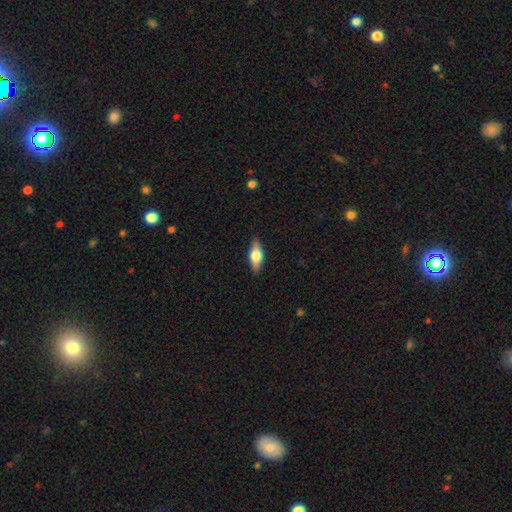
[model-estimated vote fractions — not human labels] Q: Smooth or featured?
A: smooth (57%); runner-up: featured or disk (37%)
Q: How rounded?
A: in between (70%); runner-up: cigar-shaped (27%)
Q: Merging?
A: none (88%); runner-up: minor disturbance (9%)